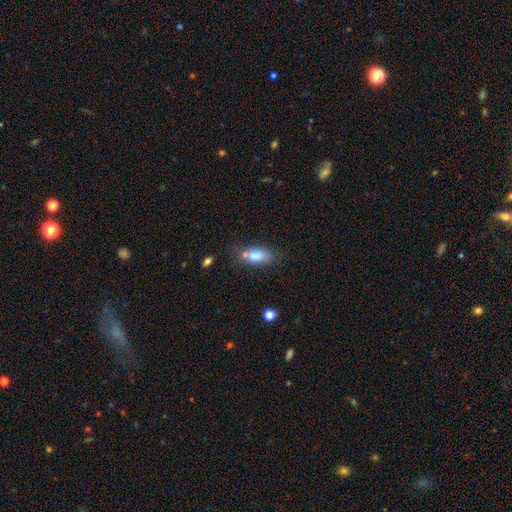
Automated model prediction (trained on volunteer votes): Overall: smooth (80%). How rounded: in between (84%). Merging: none (54%; minor disturbance 21%).